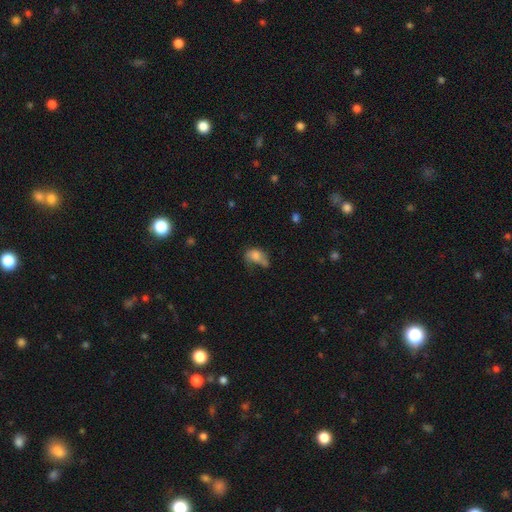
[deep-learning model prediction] The model was most divided on "merging": major disturbance: 29%, minor disturbance: 28%, none: 26%, merger: 17%. More confident: how rounded — in between (79%); smooth or featured — smooth (72%).